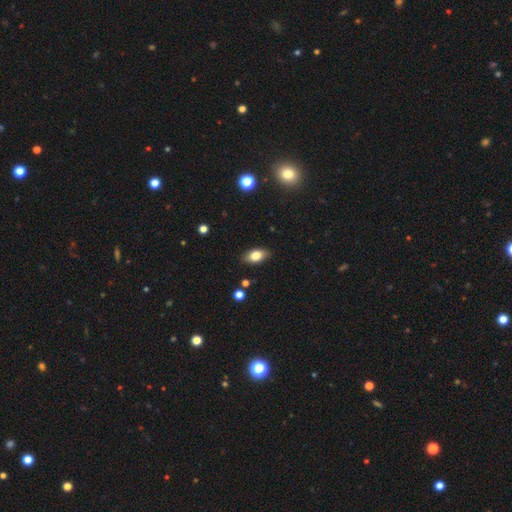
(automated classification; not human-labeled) The model was most divided on "smooth or featured": smooth: 78%, featured or disk: 14%, star or artifact: 8%. More confident: how rounded — in between (88%); merging — none (86%).